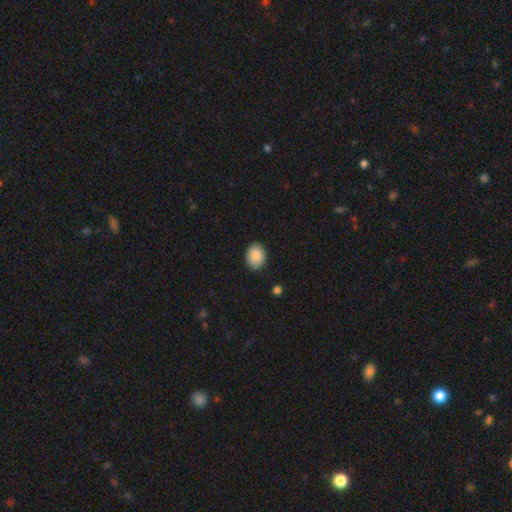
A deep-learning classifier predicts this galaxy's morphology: Smooth or featured: smooth — 88% (star or artifact — 7%)
How rounded: in between — 71% (round — 28%)
Merging: none — 88% (minor disturbance — 9%)